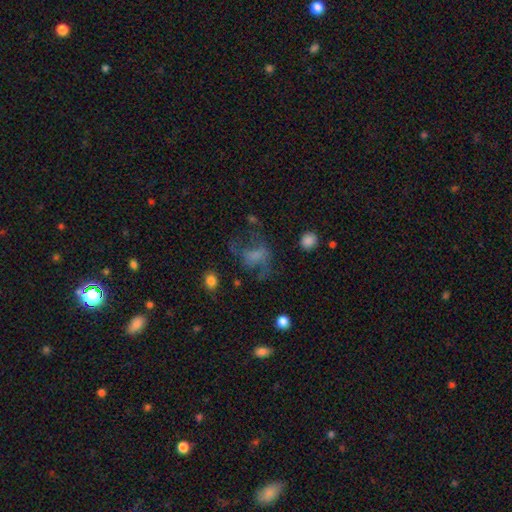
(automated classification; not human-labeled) Overall: smooth (42%; featured or disk 41%). Merging: major disturbance (42%; none 36%).